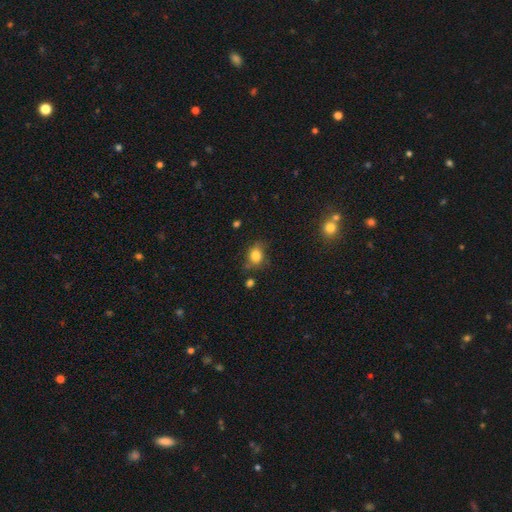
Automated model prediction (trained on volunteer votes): A smooth galaxy with no disk features (81%) that is round (51%).

Vote fractions:
- Smooth or featured? smooth: 81% / star or artifact: 10% / featured or disk: 8%
- How rounded? round: 51% / in between: 48% / cigar-shaped: 1%
- Merging? none: 64% / minor disturbance: 24% / major disturbance: 7% / merger: 4%